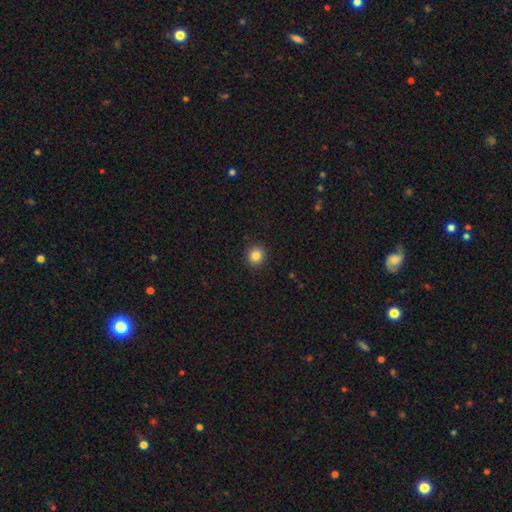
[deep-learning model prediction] Q: Smooth or featured?
A: smooth (85%); runner-up: star or artifact (11%)
Q: How rounded?
A: round (92%); runner-up: in between (7%)
Q: Merging?
A: none (92%); runner-up: minor disturbance (5%)